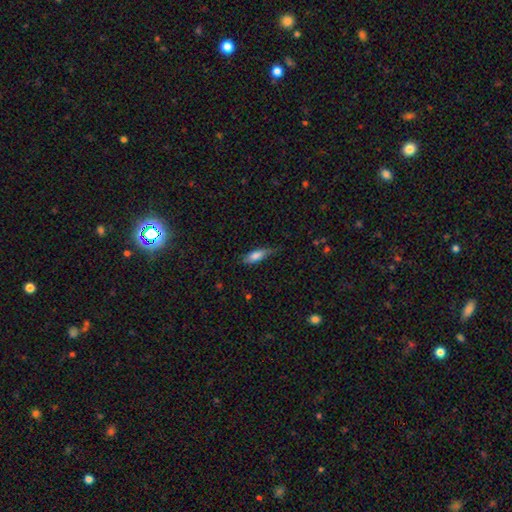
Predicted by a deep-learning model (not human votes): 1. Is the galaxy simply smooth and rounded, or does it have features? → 77% smooth, 16% featured or disk, 7% star or artifact.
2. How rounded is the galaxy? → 58% in between, 39% cigar-shaped, 2% round.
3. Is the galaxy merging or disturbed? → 61% none, 30% minor disturbance, 7% major disturbance, 2% merger.